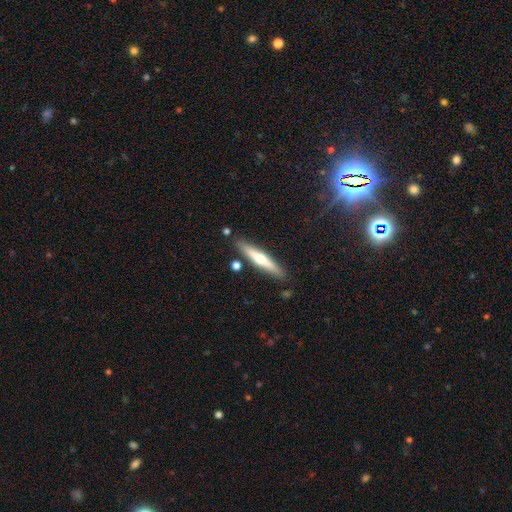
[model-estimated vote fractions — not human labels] Smooth or featured? featured or disk (49%)
Merging? none (86%)